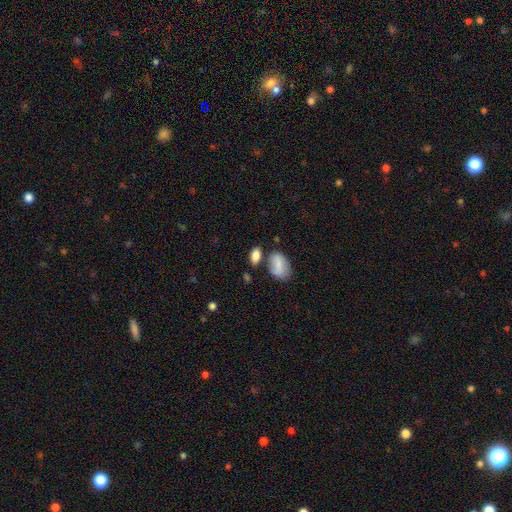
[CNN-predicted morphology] smooth_or_featured: smooth (p=0.83) [alt: featured or disk p=0.09]
how_rounded: in between (p=0.88) [alt: round p=0.09]
merging: none (p=0.59) [alt: merger p=0.19]